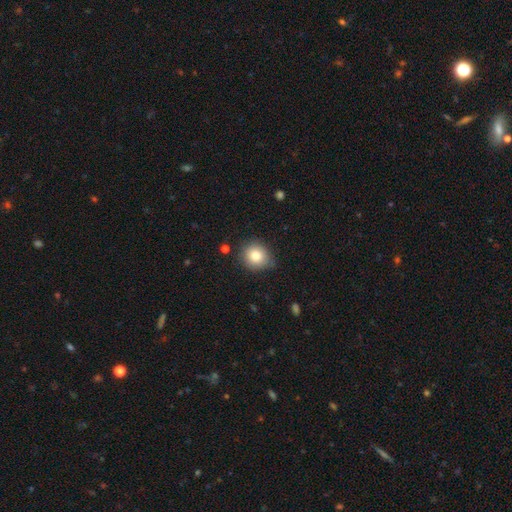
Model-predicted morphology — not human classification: This appears to be a smooth galaxy with no disk features (84%) that is round (83%). Merging: none (74%).